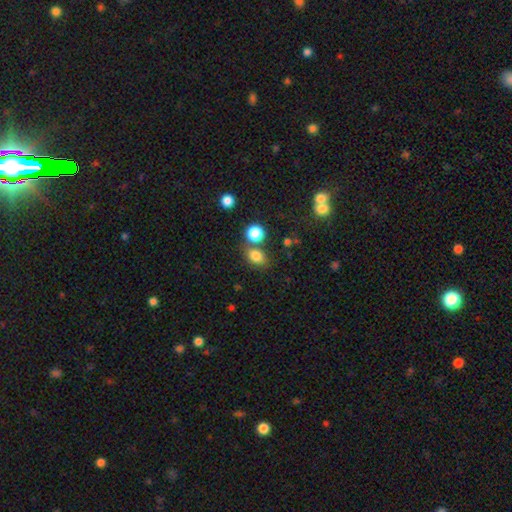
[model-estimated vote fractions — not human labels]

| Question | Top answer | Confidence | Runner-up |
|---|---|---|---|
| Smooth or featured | smooth | 81% | star or artifact (12%) |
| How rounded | in between | 60% | round (39%) |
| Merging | none | 61% | merger (23%) |